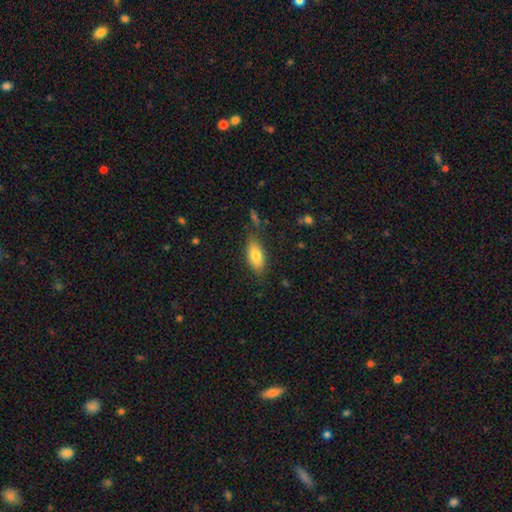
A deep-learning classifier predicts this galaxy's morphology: Smooth or featured?
  - smooth: 80% *
  - featured or disk: 13%
  - star or artifact: 7%
How rounded?
  - in between: 86% *
  - cigar-shaped: 11%
  - round: 3%
Merging?
  - none: 78% *
  - minor disturbance: 15%
  - major disturbance: 4%
  - merger: 3%